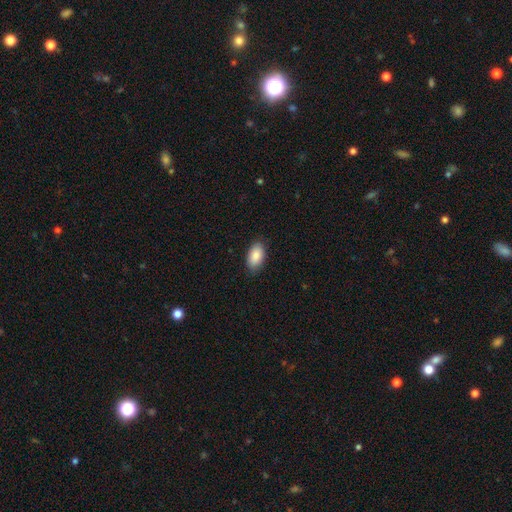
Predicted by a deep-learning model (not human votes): A smooth galaxy with no disk features (87%) that is in between round and cigar-shaped (94%).

Vote fractions:
- Smooth or featured? smooth: 87% / star or artifact: 6% / featured or disk: 6%
- How rounded? in between: 94% / round: 4% / cigar-shaped: 2%
- Merging? none: 86% / minor disturbance: 11% / major disturbance: 2% / merger: 1%